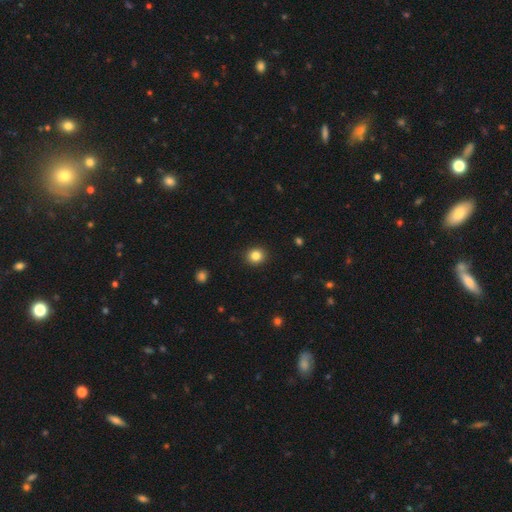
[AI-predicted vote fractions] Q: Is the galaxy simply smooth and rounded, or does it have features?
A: smooth — 84%.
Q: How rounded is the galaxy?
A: round — 84%.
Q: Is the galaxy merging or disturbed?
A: none — 92%.